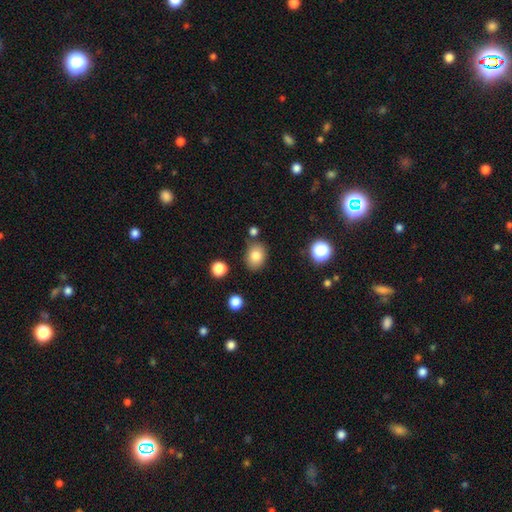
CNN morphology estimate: smooth-or-featured: smooth: 81% | star or artifact: 10% | featured or disk: 8%
  how-rounded: in between: 58% | round: 41% | cigar-shaped: 1%
  merging: none: 78% | minor disturbance: 14% | merger: 5% | major disturbance: 3%